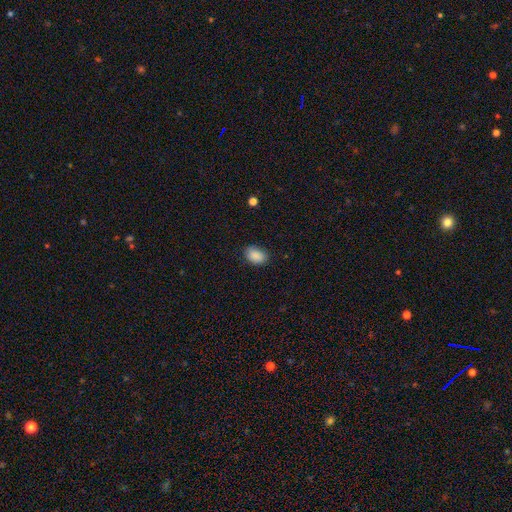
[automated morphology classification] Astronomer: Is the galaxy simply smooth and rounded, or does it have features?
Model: smooth — 88%.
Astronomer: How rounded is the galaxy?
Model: in between — 83%.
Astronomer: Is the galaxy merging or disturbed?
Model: none — 81%.